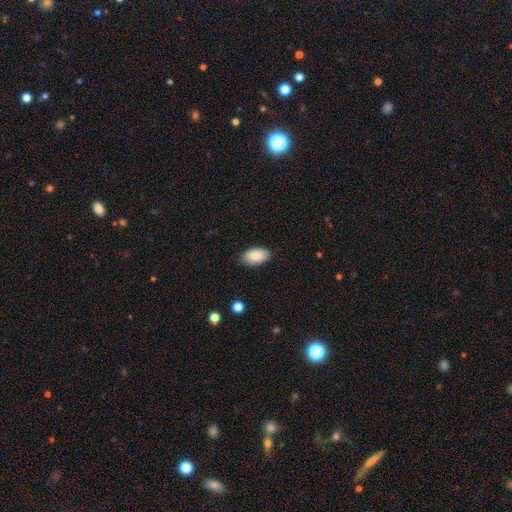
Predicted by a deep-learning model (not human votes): A smooth galaxy with no disk features (85%) that is in between round and cigar-shaped (95%).

Vote fractions:
- Smooth or featured? smooth: 85% / featured or disk: 9% / star or artifact: 7%
- How rounded? in between: 95% / round: 3% / cigar-shaped: 2%
- Merging? none: 86% / minor disturbance: 11% / major disturbance: 2% / merger: 1%